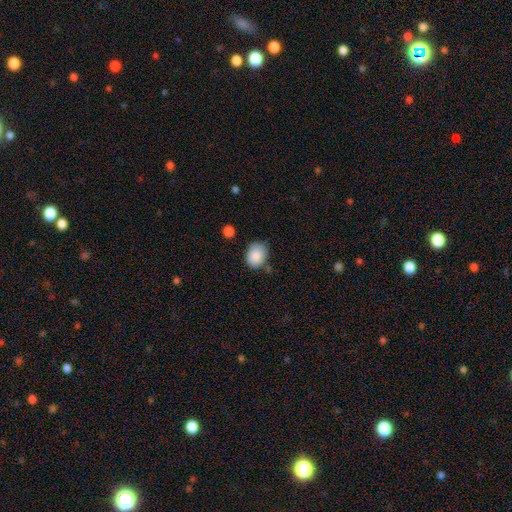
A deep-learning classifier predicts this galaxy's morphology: The model was most divided on "how rounded": in between: 55%, round: 44%, cigar-shaped: 1%. More confident: smooth or featured — smooth (87%); merging — none (68%).